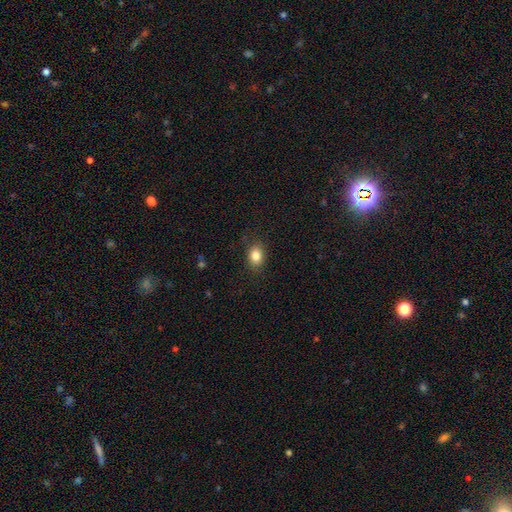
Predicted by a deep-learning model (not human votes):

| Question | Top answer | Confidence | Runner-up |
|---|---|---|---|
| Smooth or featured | smooth | 84% | star or artifact (9%) |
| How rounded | in between | 69% | round (30%) |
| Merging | none | 85% | minor disturbance (11%) |